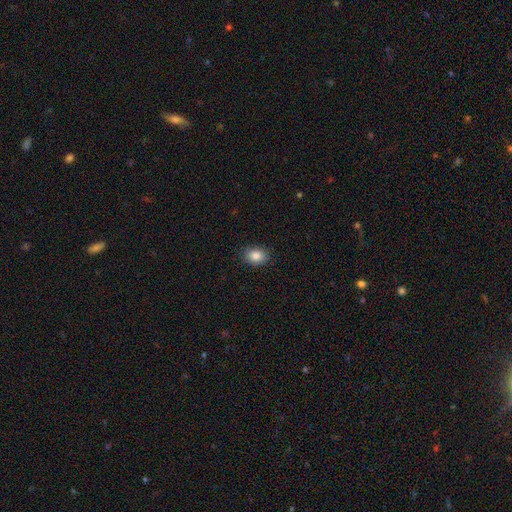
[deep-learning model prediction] smooth_or_featured: smooth (p=0.87) [alt: star or artifact p=0.08]
how_rounded: in between (p=0.71) [alt: round p=0.28]
merging: none (p=0.87) [alt: minor disturbance p=0.09]